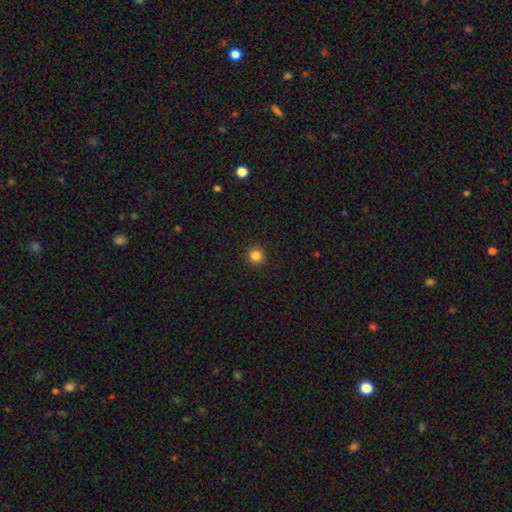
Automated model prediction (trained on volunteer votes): The model was most divided on "smooth or featured": smooth: 84%, star or artifact: 12%, featured or disk: 4%. More confident: how rounded — round (95%); merging — none (93%).